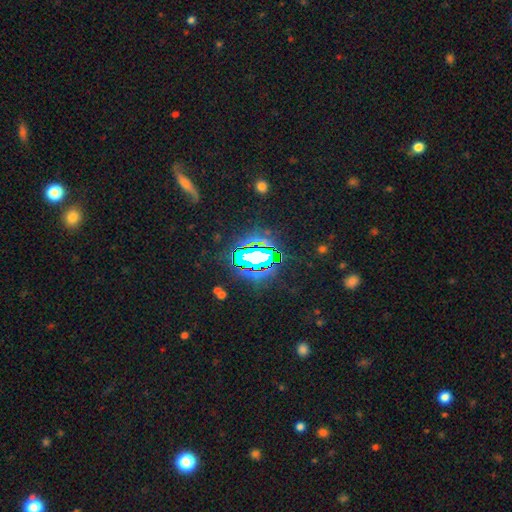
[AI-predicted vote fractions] star or artifact 70%, smooth 16%, featured or disk 14%.